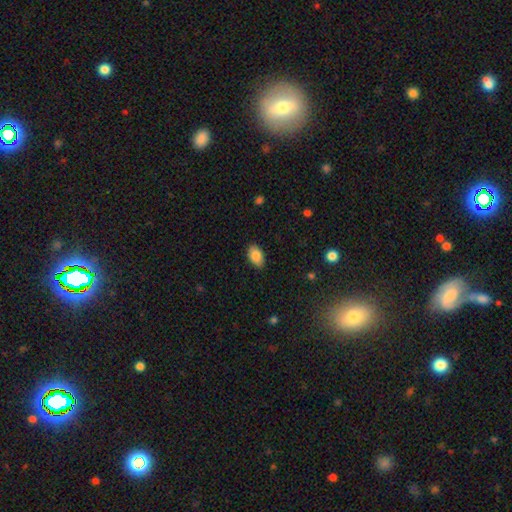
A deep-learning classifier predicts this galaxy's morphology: Smooth or featured? Predicted: smooth (p=0.87). How rounded? Predicted: in between (p=0.92). Merging? Predicted: none (p=0.86).